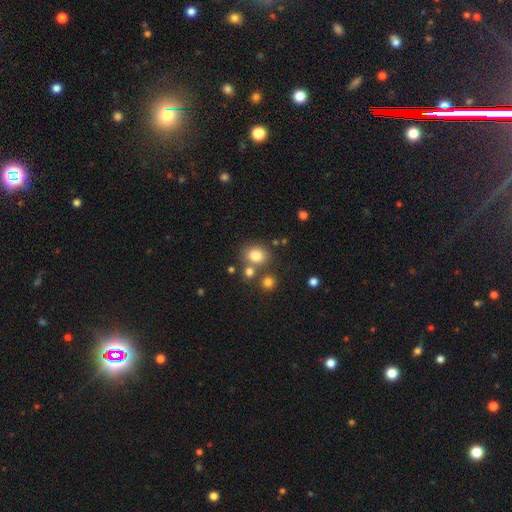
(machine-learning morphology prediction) A smooth galaxy with no disk features (81%) that is round (58%). Merging: none (67%).